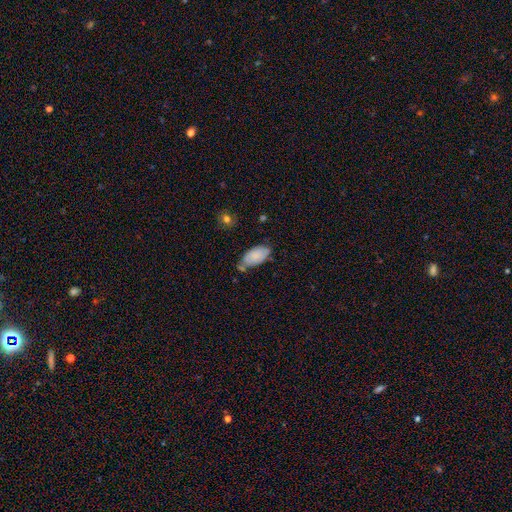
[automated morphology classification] smooth_or_featured: smooth (p=0.85) [alt: featured or disk p=0.09]
how_rounded: in between (p=0.95) [alt: cigar-shaped p=0.03]
merging: none (p=0.53) [alt: minor disturbance p=0.29]